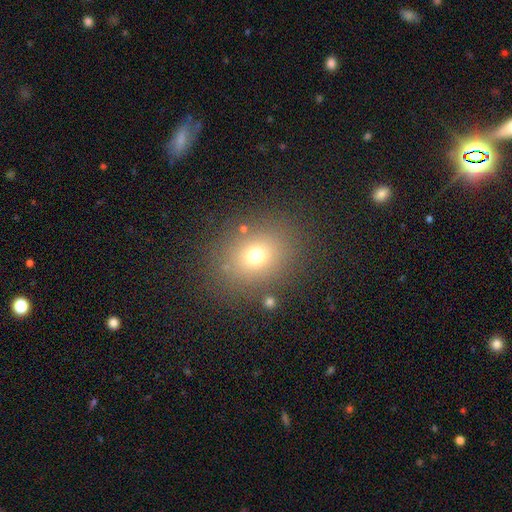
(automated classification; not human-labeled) smooth_or_featured: smooth (p=0.70) [alt: star or artifact p=0.19]
how_rounded: round (p=0.62) [alt: in between p=0.37]
merging: none (p=0.83) [alt: minor disturbance p=0.09]